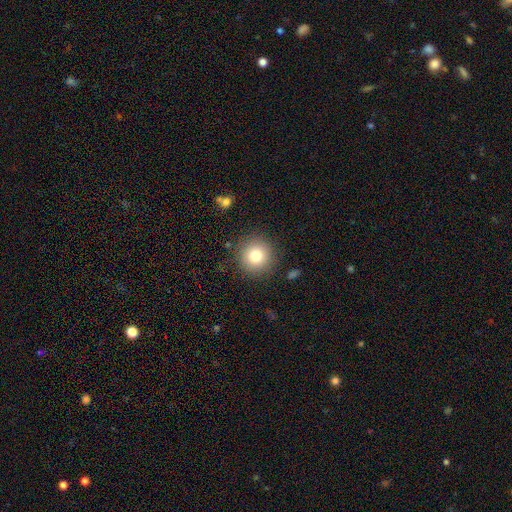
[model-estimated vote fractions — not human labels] A smooth galaxy with no disk features (80%) that is round (95%).

Vote fractions:
- Smooth or featured? smooth: 80% / star or artifact: 11% / featured or disk: 10%
- How rounded? round: 95% / in between: 4% / cigar-shaped: 1%
- Merging? none: 88% / minor disturbance: 8% / major disturbance: 3% / merger: 2%